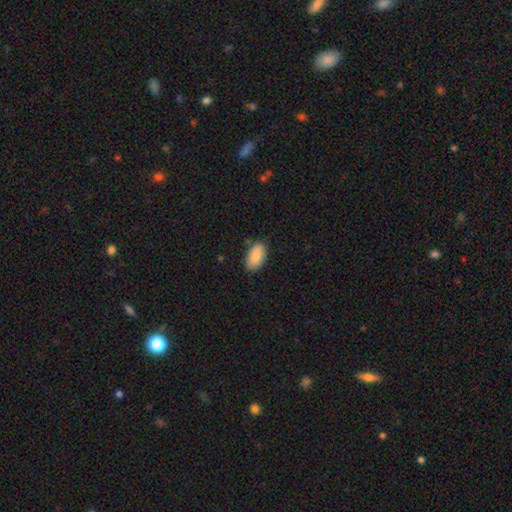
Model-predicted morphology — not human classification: Smooth or featured?
  - smooth: 87% *
  - featured or disk: 6%
  - star or artifact: 6%
How rounded?
  - in between: 94% *
  - round: 3%
  - cigar-shaped: 3%
Merging?
  - none: 81% *
  - minor disturbance: 14%
  - major disturbance: 3%
  - merger: 2%